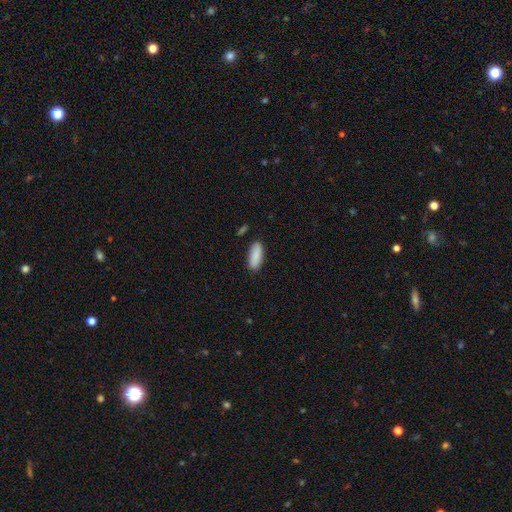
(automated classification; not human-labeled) smooth 90%, star or artifact 6%, featured or disk 4%. Down the decision tree: how rounded — in between (75%); merging — none (86%).